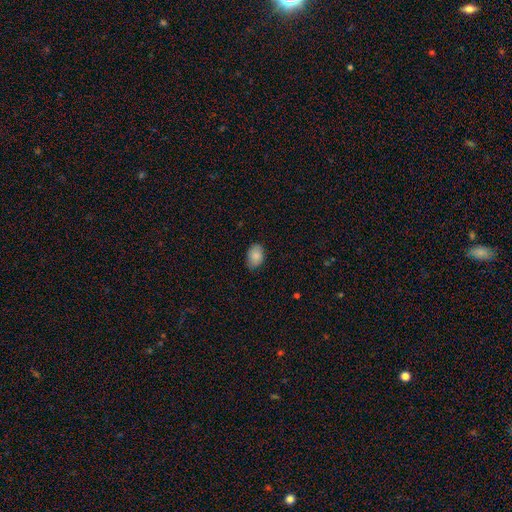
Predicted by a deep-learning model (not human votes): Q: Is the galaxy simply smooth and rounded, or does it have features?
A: smooth — 86%.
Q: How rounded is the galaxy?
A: in between — 85%.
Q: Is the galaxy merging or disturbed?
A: none — 81%.